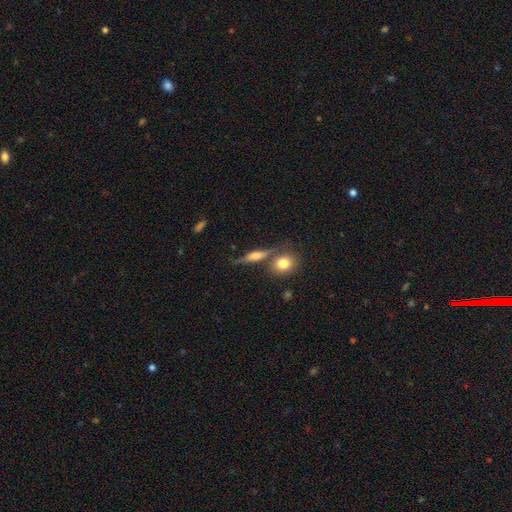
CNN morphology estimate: A featured or disk galaxy (57%) viewed edge-on (92%) with a rounded central bulge (79%).

Vote fractions:
- Smooth or featured? featured or disk: 57% / smooth: 33% / star or artifact: 9%
- Edge-on disk? yes: 92% / no: 8%
- Edge-on bulge? rounded: 79% / boxy: 14% / none: 6%
- Merging? none: 69% / minor disturbance: 14% / merger: 13% / major disturbance: 5%